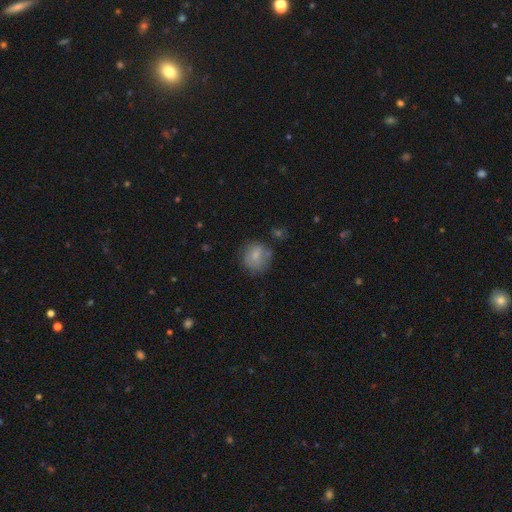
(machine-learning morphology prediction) smooth_or_featured: smooth (p=0.74) [alt: featured or disk p=0.18]
how_rounded: round (p=0.80) [alt: in between p=0.19]
merging: none (p=0.63) [alt: minor disturbance p=0.22]